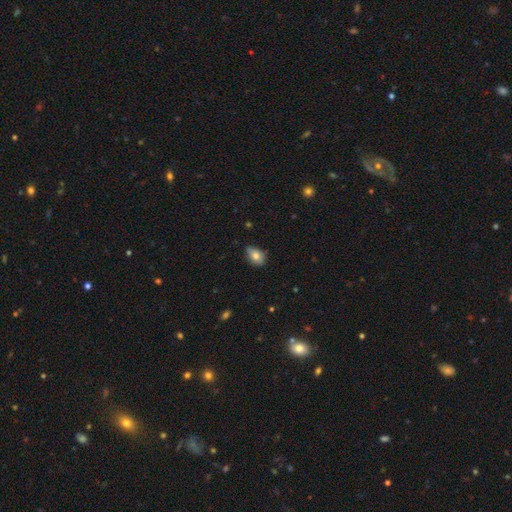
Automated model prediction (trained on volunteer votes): This appears to be a smooth galaxy with no disk features (78%) that is in between round and cigar-shaped (85%). Merging: none (71%).